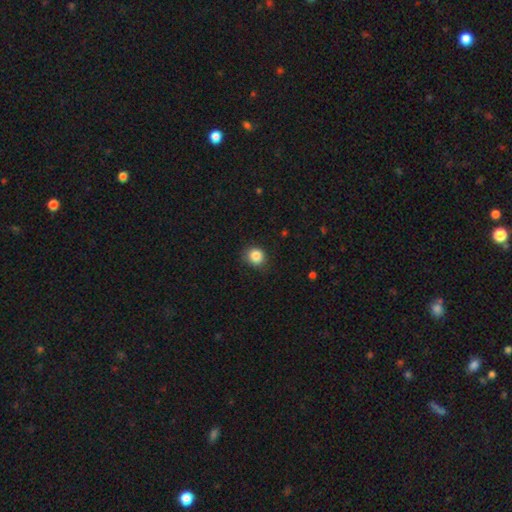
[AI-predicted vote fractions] The model was most divided on "merging": none: 79%, minor disturbance: 16%, major disturbance: 3%, merger: 1%. More confident: smooth or featured — smooth (85%); how rounded — round (81%).